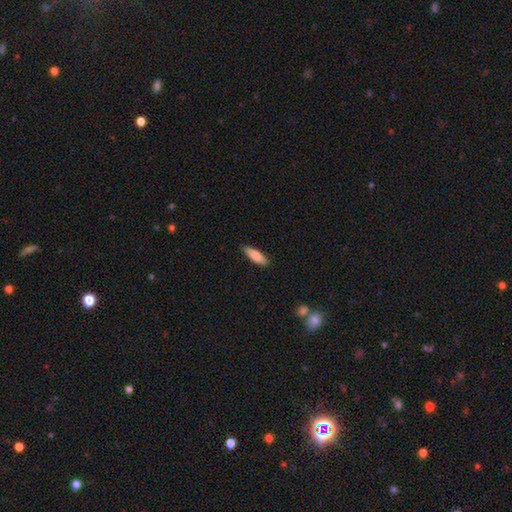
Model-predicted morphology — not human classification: A smooth galaxy with no disk features (83%) that is cigar-shaped (51%).

Vote fractions:
- Smooth or featured? smooth: 83% / featured or disk: 11% / star or artifact: 6%
- How rounded? cigar-shaped: 51% / in between: 48% / round: 2%
- Merging? none: 88% / minor disturbance: 9% / major disturbance: 2% / merger: 1%